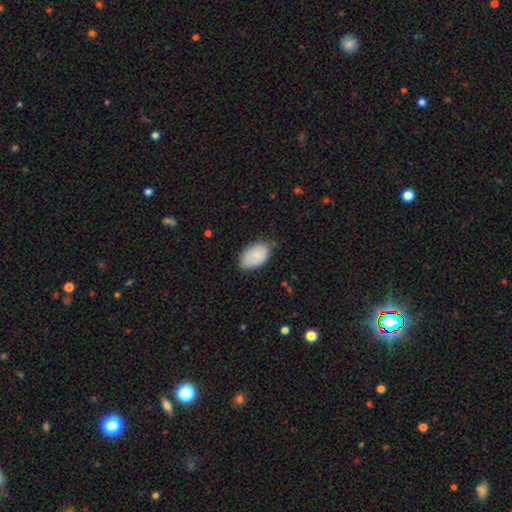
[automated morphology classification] A smooth galaxy with no disk features (82%) that is in between round and cigar-shaped (93%).

Vote fractions:
- Smooth or featured? smooth: 82% / featured or disk: 12% / star or artifact: 6%
- How rounded? in between: 93% / round: 6% / cigar-shaped: 1%
- Merging? none: 71% / minor disturbance: 24% / major disturbance: 4% / merger: 2%